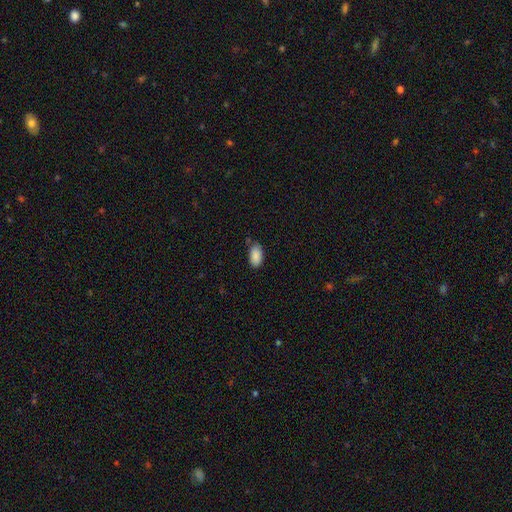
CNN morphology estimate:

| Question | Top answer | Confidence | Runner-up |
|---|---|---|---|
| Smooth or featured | smooth | 89% | star or artifact (7%) |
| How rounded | in between | 94% | round (3%) |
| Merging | none | 74% | minor disturbance (19%) |